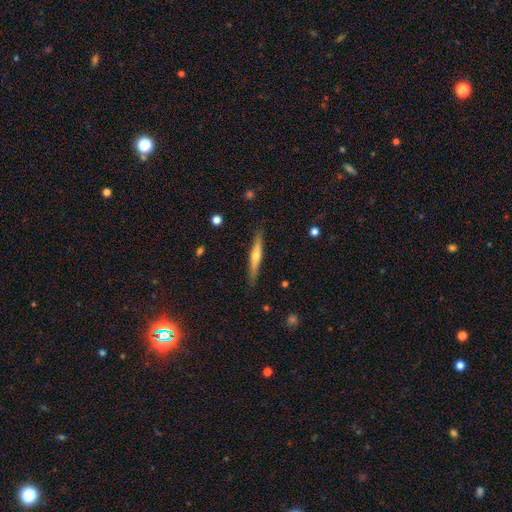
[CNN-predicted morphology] featured or disk 56%, smooth 38%, star or artifact 6%. Down the decision tree: edge-on disk — yes (95%); edge-on bulge — rounded (81%); merging — none (88%).